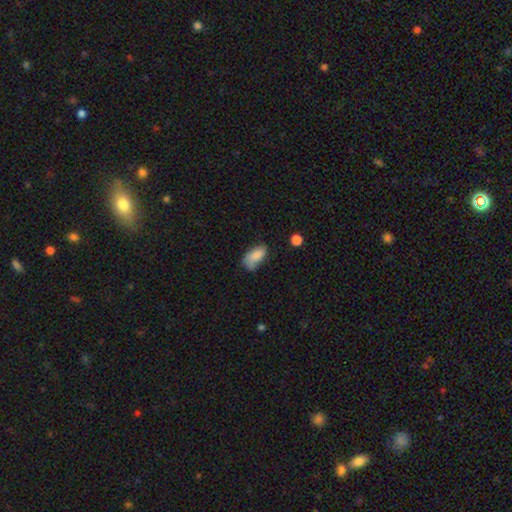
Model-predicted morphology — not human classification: A smooth galaxy with no disk features (81%) that is in between round and cigar-shaped (91%). Merging: none (46%).